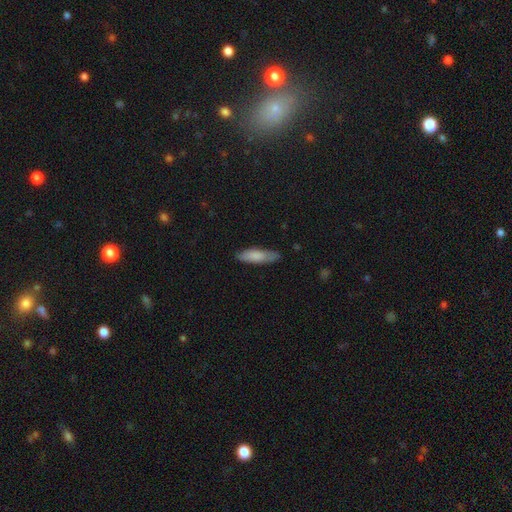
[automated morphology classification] This appears to be a smooth galaxy with no disk features (80%) that is cigar-shaped (58%). Merging: none (77%).